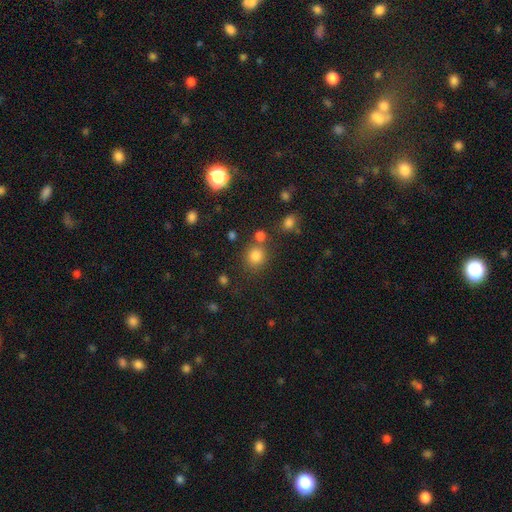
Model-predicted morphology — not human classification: This appears to be a smooth galaxy with no disk features (80%) that is round (82%). Merging: none (69%).